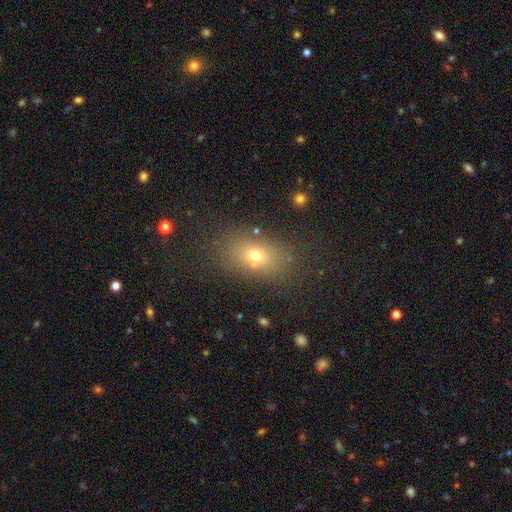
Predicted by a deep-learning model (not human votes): Morphology: type=smooth (68%); roundness=in between (75%); merging=none (80%).